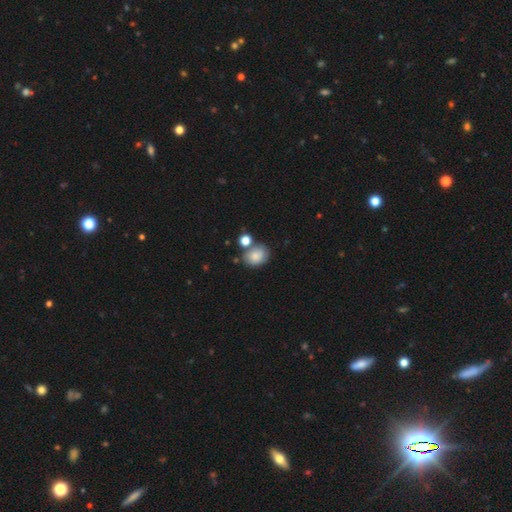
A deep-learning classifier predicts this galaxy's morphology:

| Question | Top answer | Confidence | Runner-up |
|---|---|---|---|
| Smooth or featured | smooth | 76% | featured or disk (14%) |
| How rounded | round | 50% | in between (49%) |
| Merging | none | 55% | merger (22%) |